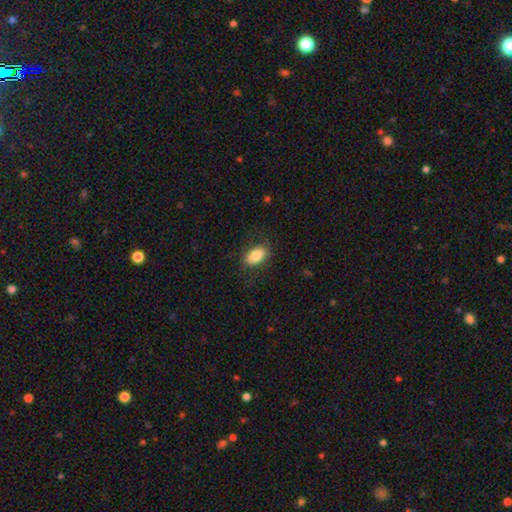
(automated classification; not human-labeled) Smooth or featured: smooth — 80% (featured or disk — 13%)
How rounded: in between — 90% (round — 7%)
Merging: none — 77% (minor disturbance — 15%)